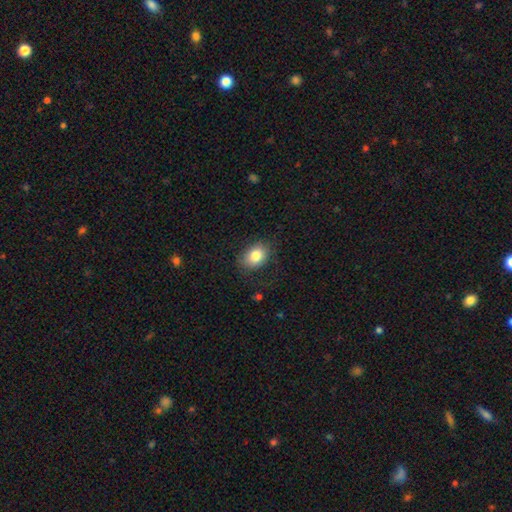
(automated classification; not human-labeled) A smooth galaxy with no disk features (83%) that is in between round and cigar-shaped (70%). Merging: none (76%).